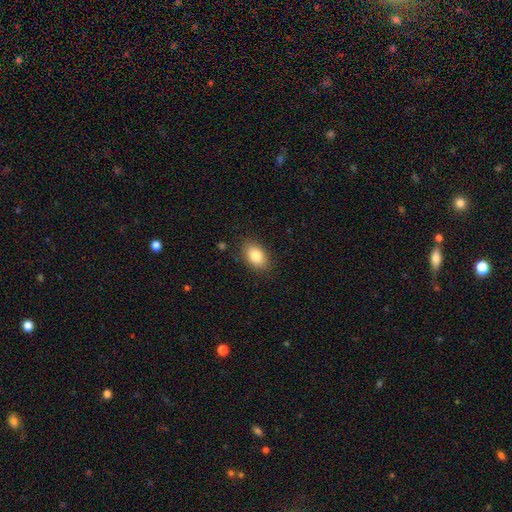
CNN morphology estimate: type=smooth (84%); roundness=in between (87%); merging=none (86%).